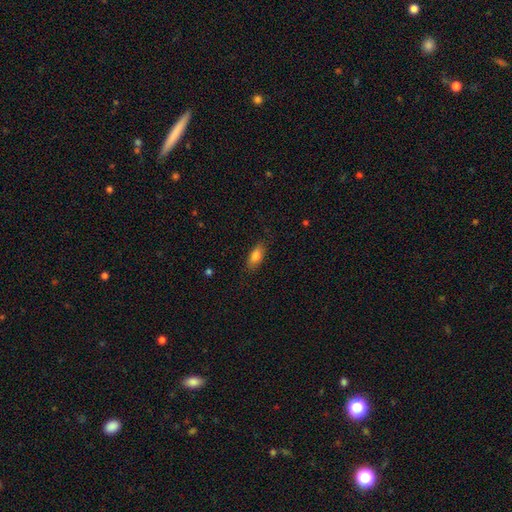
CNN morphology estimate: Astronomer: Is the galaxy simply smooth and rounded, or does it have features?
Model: smooth — 82%.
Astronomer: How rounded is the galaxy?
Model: in between — 82%.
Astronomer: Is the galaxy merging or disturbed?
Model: none — 83%.